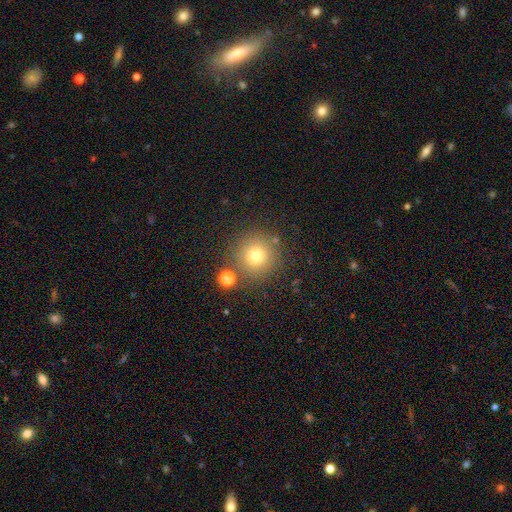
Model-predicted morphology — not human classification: Smooth or featured: smooth — 76% (star or artifact — 15%)
How rounded: round — 95% (in between — 4%)
Merging: none — 81% (minor disturbance — 9%)